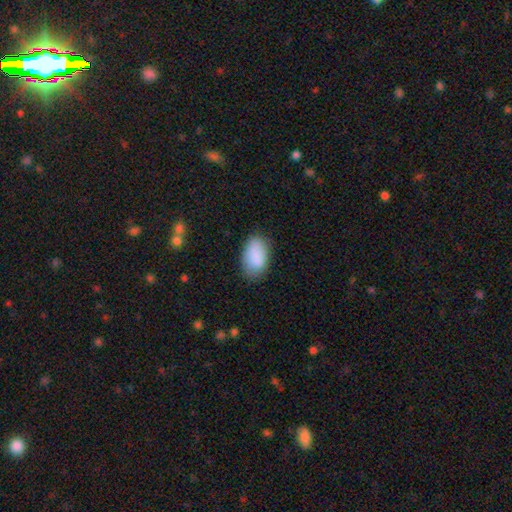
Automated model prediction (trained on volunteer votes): Morphology: type=smooth (87%); roundness=in between (93%); merging=none (76%).